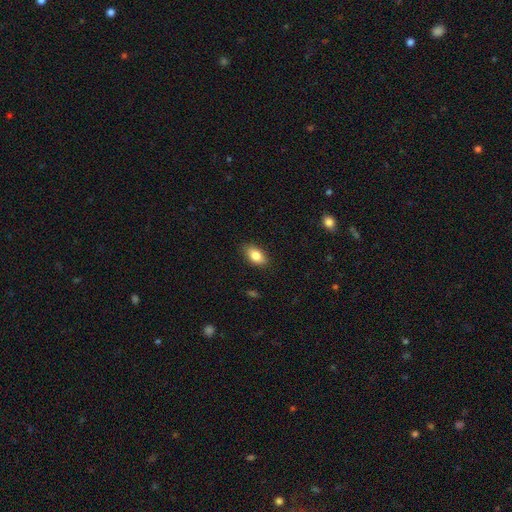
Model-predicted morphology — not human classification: The model was most divided on "smooth or featured": smooth: 84%, featured or disk: 9%, star or artifact: 7%. More confident: how rounded — in between (91%); merging — none (87%).